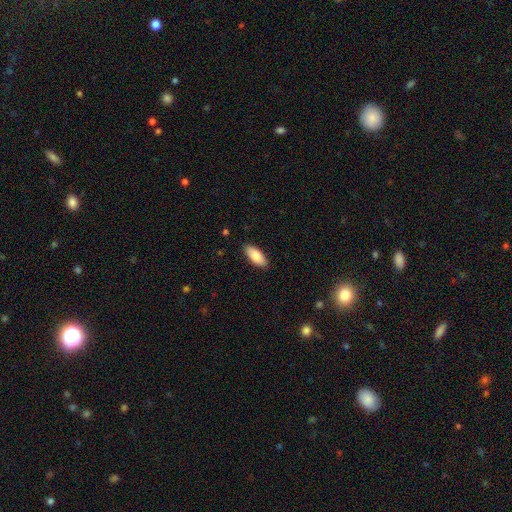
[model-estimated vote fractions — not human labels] Smooth or featured? smooth (83%)
How rounded? in between (86%)
Merging? none (88%)